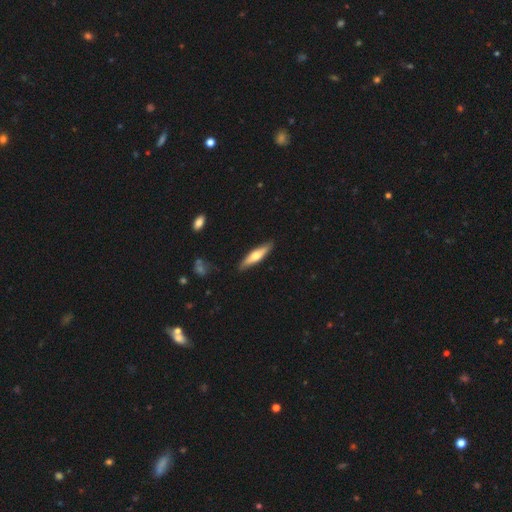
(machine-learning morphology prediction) A smooth galaxy with no disk features (52%) that is cigar-shaped (78%). Merging: none (87%).